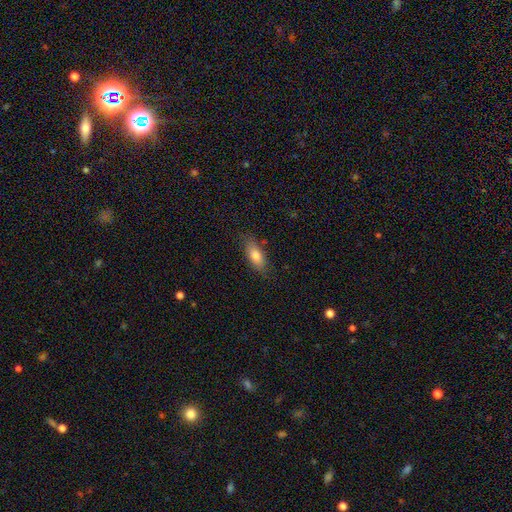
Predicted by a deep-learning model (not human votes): Overall: smooth (77%). How rounded: in between (82%). Merging: none (76%).